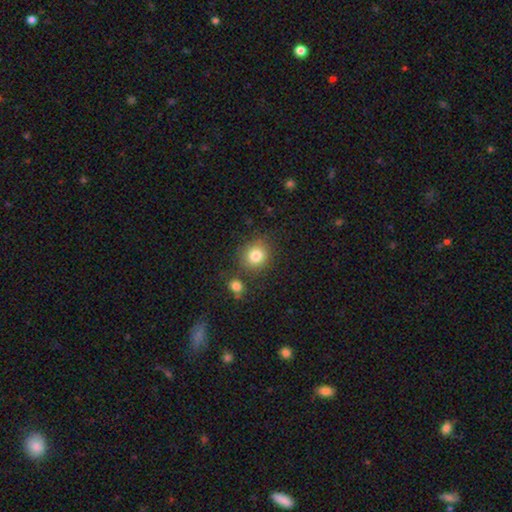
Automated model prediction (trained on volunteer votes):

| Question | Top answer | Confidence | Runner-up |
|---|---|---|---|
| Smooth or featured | smooth | 83% | star or artifact (10%) |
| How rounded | round | 81% | in between (19%) |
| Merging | none | 77% | minor disturbance (11%) |